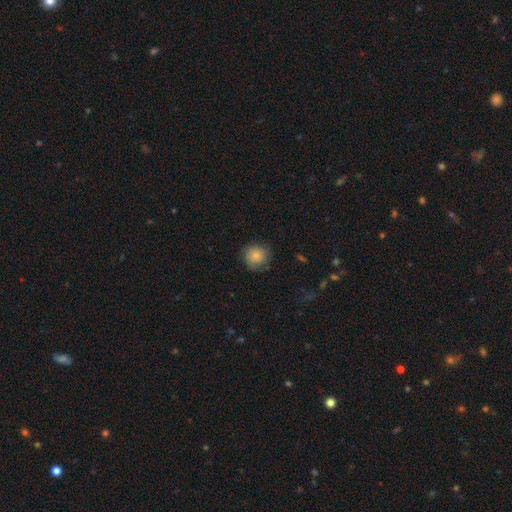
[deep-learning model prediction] Overall: smooth (85%). How rounded: round (91%). Merging: none (80%).